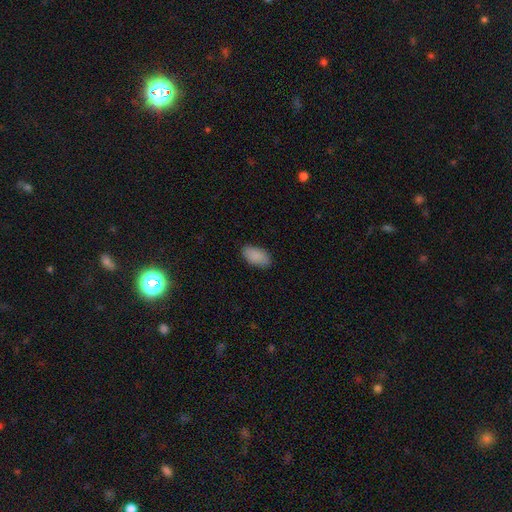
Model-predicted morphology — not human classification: A smooth galaxy with no disk features (89%) that is in between round and cigar-shaped (95%). Merging: none (85%).